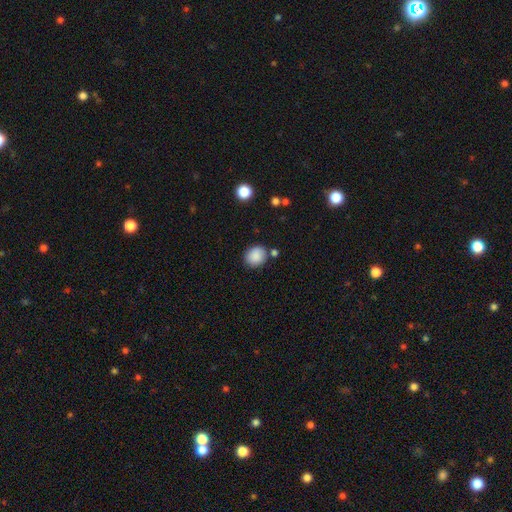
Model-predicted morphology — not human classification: type=smooth (87%); roundness=round (75%); merging=none (78%).